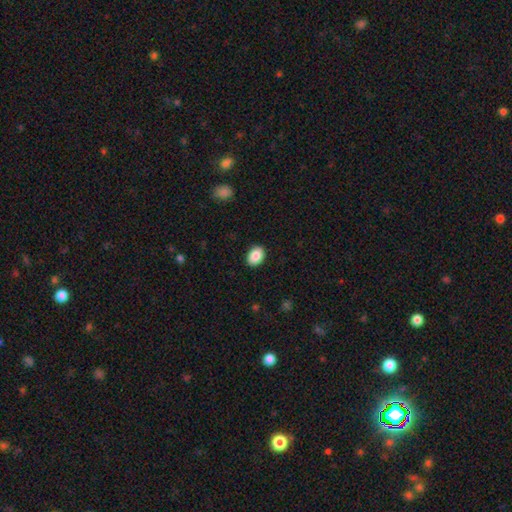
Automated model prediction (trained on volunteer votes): Smooth or featured? smooth (89%)
How rounded? in between (76%)
Merging? none (89%)